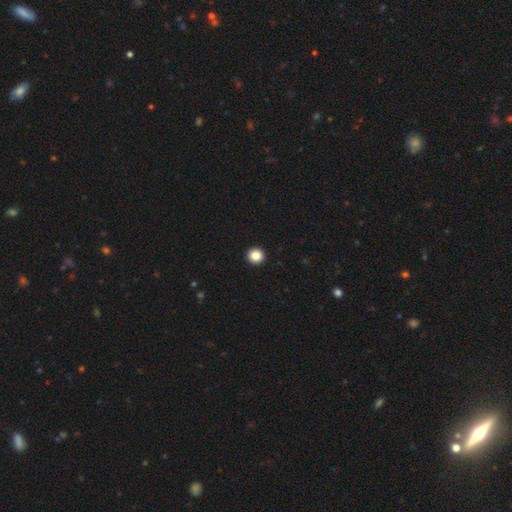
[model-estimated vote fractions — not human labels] smooth_or_featured: smooth (p=0.87) [alt: star or artifact p=0.10]
how_rounded: round (p=0.95) [alt: in between p=0.04]
merging: none (p=0.94) [alt: minor disturbance p=0.04]